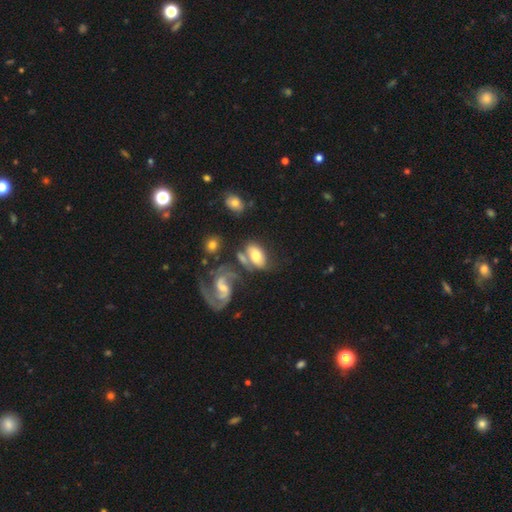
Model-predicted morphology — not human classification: Smooth or featured: smooth — 56% (featured or disk — 35%)
How rounded: in between — 89% (round — 8%)
Merging: none — 40% (merger — 29%)